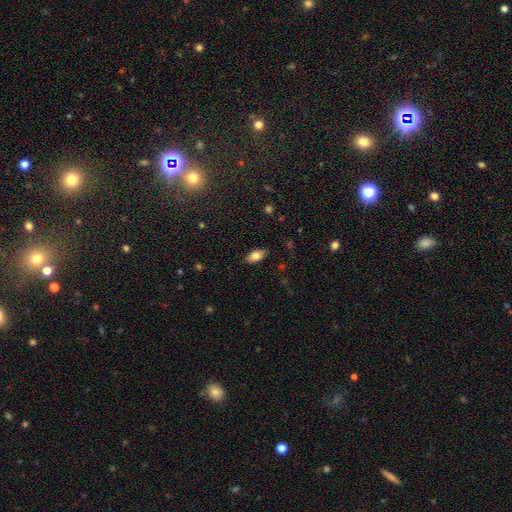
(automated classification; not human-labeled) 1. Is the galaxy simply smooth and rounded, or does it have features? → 77% smooth, 15% featured or disk, 7% star or artifact.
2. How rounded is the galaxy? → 91% in between, 5% cigar-shaped, 4% round.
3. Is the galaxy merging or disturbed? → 86% none, 11% minor disturbance, 2% major disturbance, 1% merger.